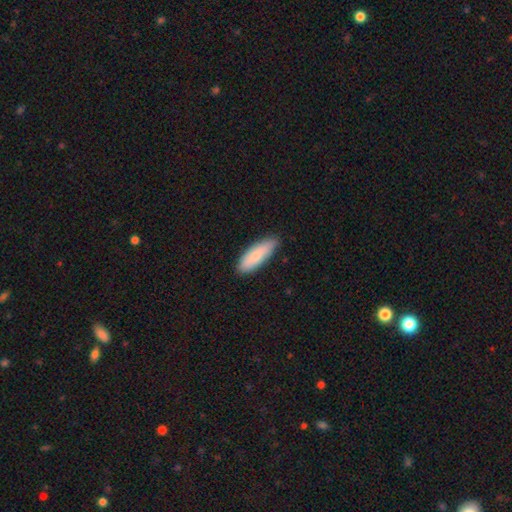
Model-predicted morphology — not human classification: This appears to be a smooth galaxy with no disk features (81%) that is in between round and cigar-shaped (60%). Merging: none (81%).